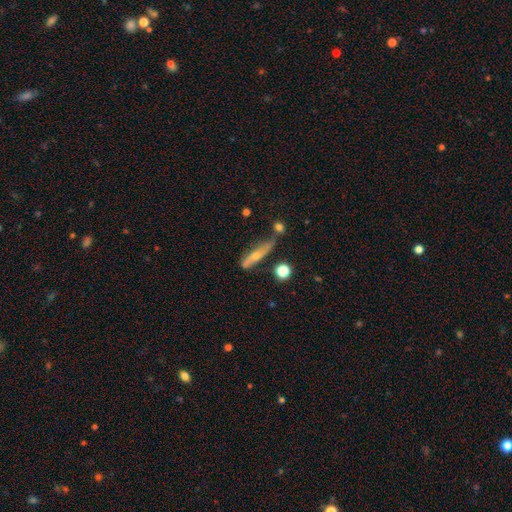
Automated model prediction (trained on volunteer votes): featured or disk 51%, smooth 41%, star or artifact 8%. Down the decision tree: edge-on disk — yes (63%); merging — none (53%).